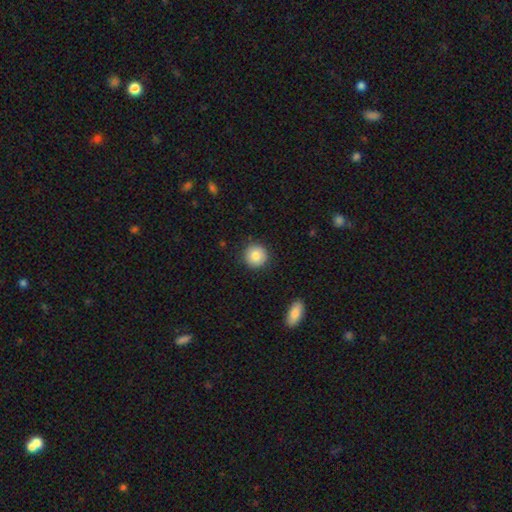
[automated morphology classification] type=smooth (83%); roundness=round (94%); merging=none (90%).